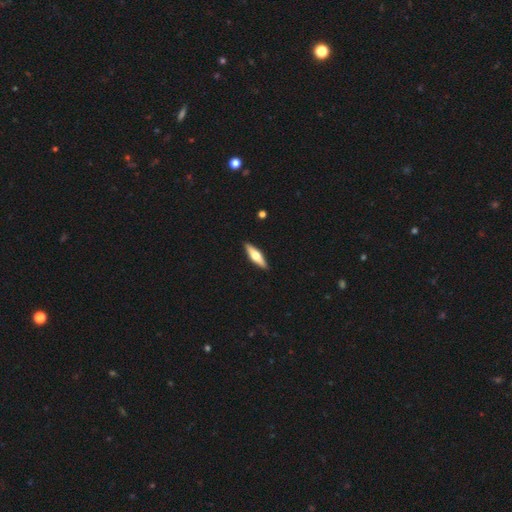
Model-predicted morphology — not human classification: The model was most divided on "smooth or featured": featured or disk: 54%, smooth: 41%, star or artifact: 5%. More confident: edge-on bulge — rounded (94%); edge-on disk — yes (94%); merging — none (91%).